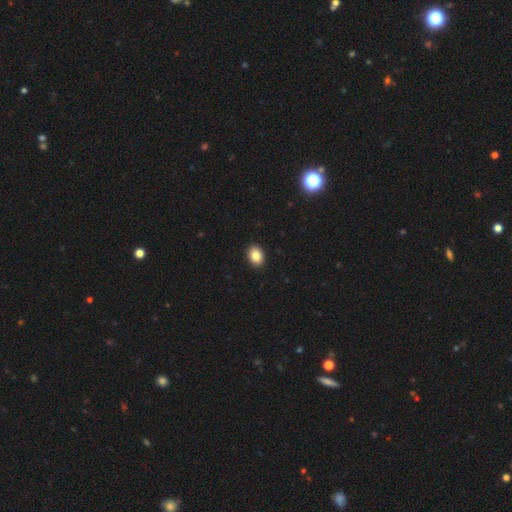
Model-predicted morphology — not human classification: Smooth or featured? smooth (86%)
How rounded? in between (75%)
Merging? none (92%)